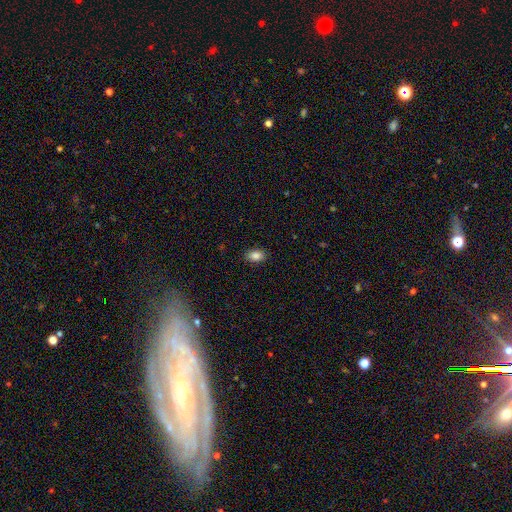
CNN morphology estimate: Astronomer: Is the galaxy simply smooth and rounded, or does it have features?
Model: smooth — 86%.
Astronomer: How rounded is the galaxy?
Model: in between — 85%.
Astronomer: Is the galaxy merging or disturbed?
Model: none — 88%.